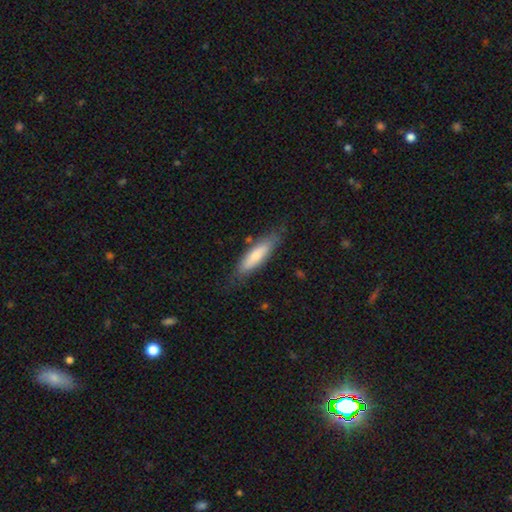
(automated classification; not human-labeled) This appears to be a smooth galaxy with no disk features (70%) that is cigar-shaped (63%). Merging: none (75%).